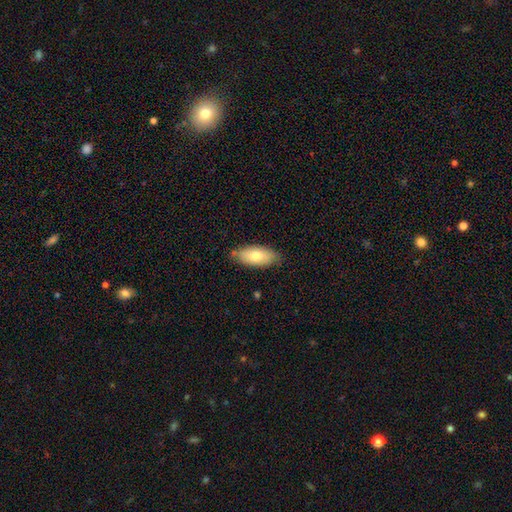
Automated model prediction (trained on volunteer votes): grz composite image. It shows a smooth galaxy with no disk features (73%) that is in between round and cigar-shaped (87%). Merging: none (79%).